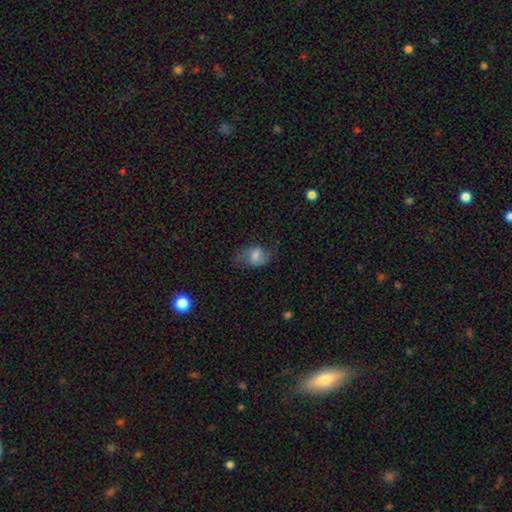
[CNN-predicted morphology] Smooth or featured? smooth (54%)
How rounded? in between (74%)
Merging? none (59%)